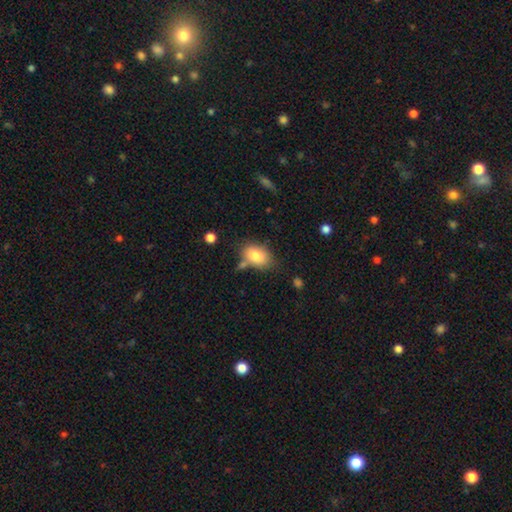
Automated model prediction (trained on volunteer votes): Smooth or featured?
  - smooth: 82% *
  - featured or disk: 10%
  - star or artifact: 8%
How rounded?
  - in between: 81% *
  - round: 17%
  - cigar-shaped: 1%
Merging?
  - none: 65% *
  - minor disturbance: 19%
  - merger: 11%
  - major disturbance: 6%